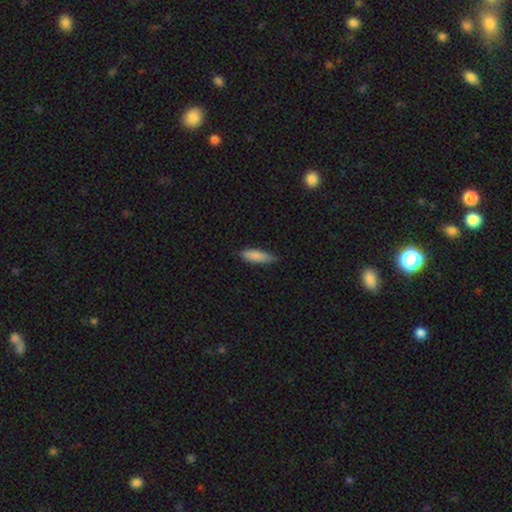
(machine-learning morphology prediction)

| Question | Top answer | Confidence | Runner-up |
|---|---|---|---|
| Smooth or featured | smooth | 86% | featured or disk (8%) |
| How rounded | cigar-shaped | 51% | in between (48%) |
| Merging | none | 68% | minor disturbance (27%) |